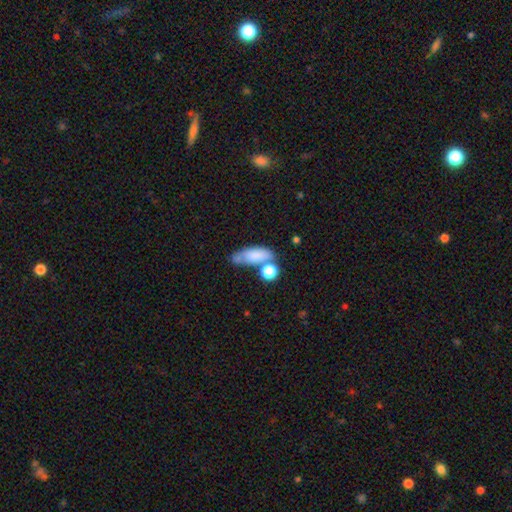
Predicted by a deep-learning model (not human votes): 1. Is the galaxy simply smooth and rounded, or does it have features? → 76% smooth, 15% featured or disk, 9% star or artifact.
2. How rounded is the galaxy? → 65% in between, 27% cigar-shaped, 8% round.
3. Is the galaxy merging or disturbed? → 46% none, 26% merger, 19% minor disturbance, 9% major disturbance.